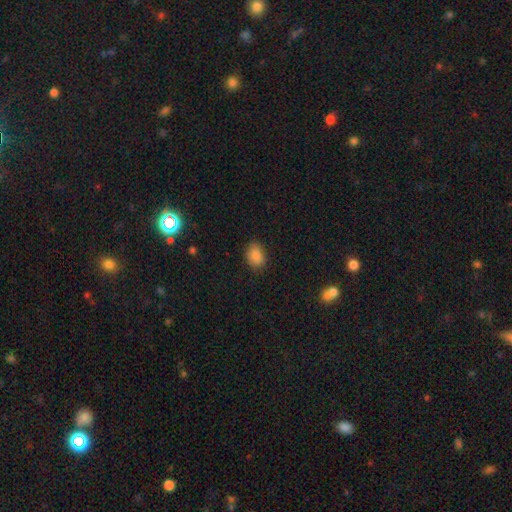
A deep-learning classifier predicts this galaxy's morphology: type=smooth (86%); roundness=in between (63%); merging=none (78%).